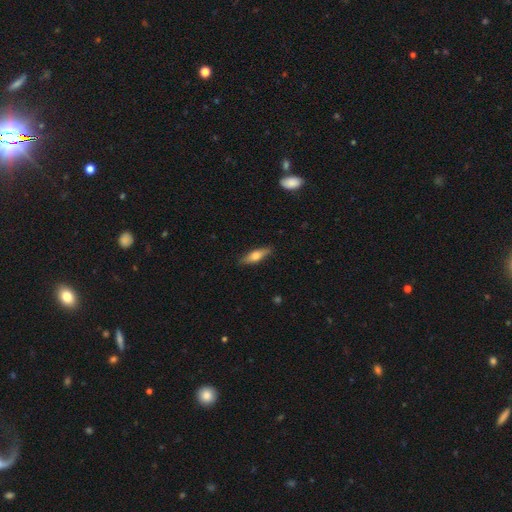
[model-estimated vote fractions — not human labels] Morphology: type=smooth (56%); roundness=cigar-shaped (52%); merging=none (85%).